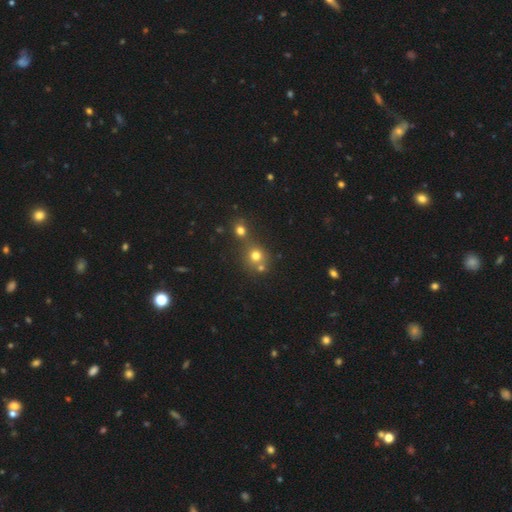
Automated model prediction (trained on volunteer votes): Smooth or featured? smooth (70%)
How rounded? round (86%)
Merging? none (53%)